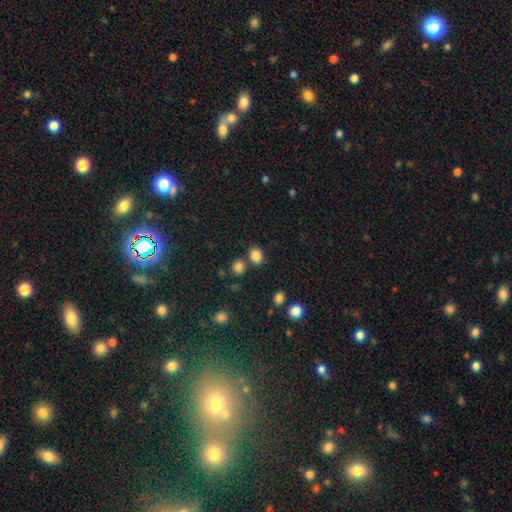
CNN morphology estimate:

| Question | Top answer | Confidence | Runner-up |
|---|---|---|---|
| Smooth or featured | smooth | 83% | star or artifact (12%) |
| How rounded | round | 63% | in between (36%) |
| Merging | none | 71% | merger (15%) |